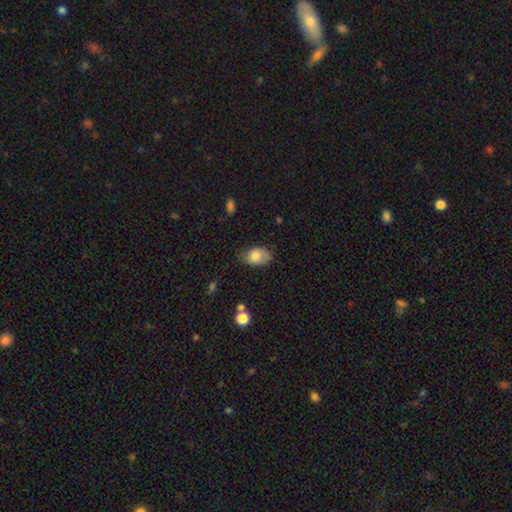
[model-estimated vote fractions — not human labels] Overall: smooth (80%). How rounded: in between (88%). Merging: none (62%; minor disturbance 30%).